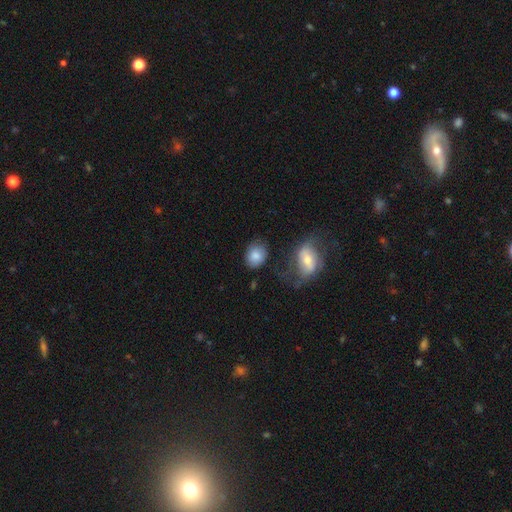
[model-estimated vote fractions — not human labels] This appears to be a smooth galaxy with no disk features (80%) that is in between round and cigar-shaped (54%). Merging: none (64%).